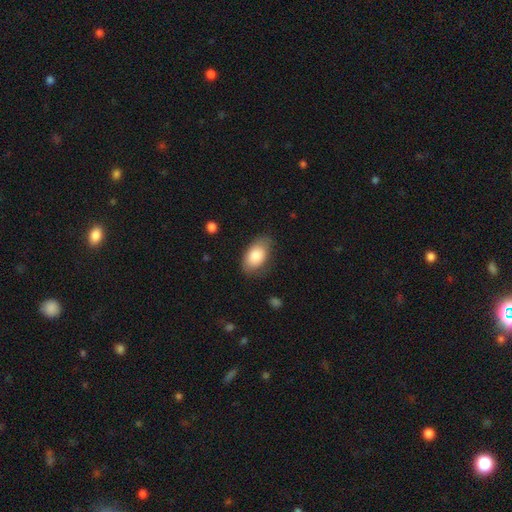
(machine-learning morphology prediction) smooth_or_featured: smooth (p=0.82) [alt: featured or disk p=0.12]
how_rounded: in between (p=0.93) [alt: round p=0.05]
merging: none (p=0.72) [alt: minor disturbance p=0.21]